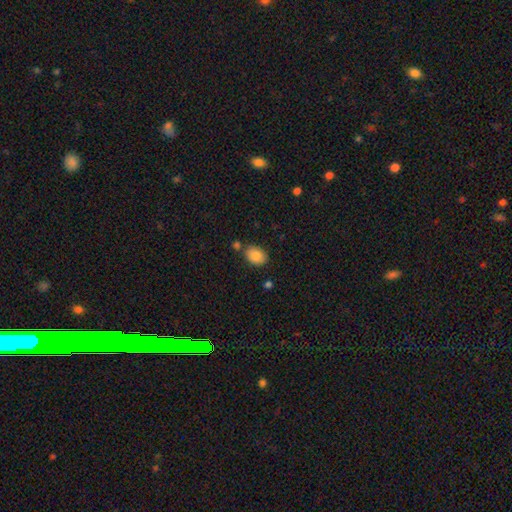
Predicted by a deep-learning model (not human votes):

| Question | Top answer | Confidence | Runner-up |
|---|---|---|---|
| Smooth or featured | smooth | 86% | star or artifact (8%) |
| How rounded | in between | 74% | round (25%) |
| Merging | none | 75% | minor disturbance (13%) |